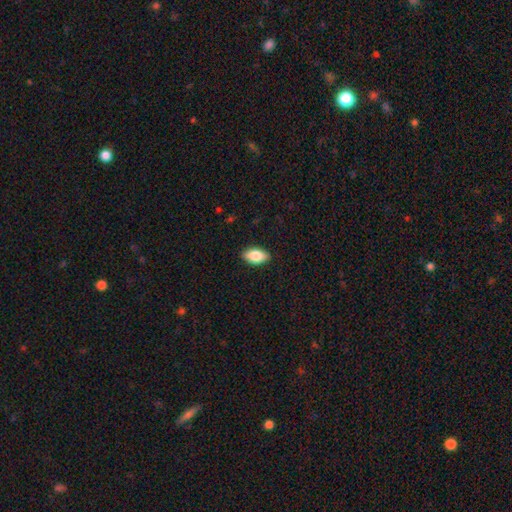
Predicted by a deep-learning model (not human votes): smooth 80%, featured or disk 13%, star or artifact 7%. Down the decision tree: how rounded — in between (90%); merging — none (88%).